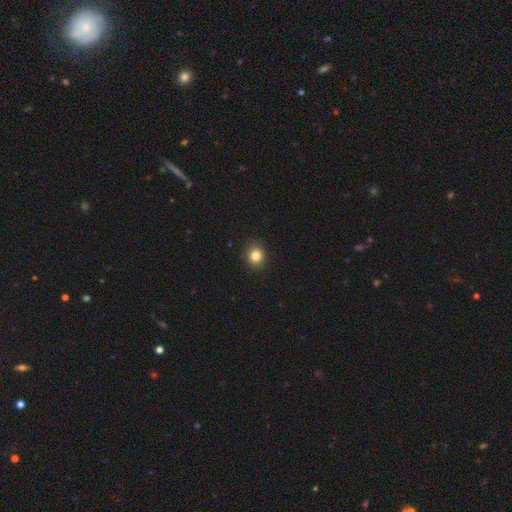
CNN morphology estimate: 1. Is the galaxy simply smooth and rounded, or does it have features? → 83% smooth, 12% star or artifact, 5% featured or disk.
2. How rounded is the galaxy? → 87% round, 12% in between, 1% cigar-shaped.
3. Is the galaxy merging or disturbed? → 91% none, 6% minor disturbance, 2% major disturbance, 1% merger.